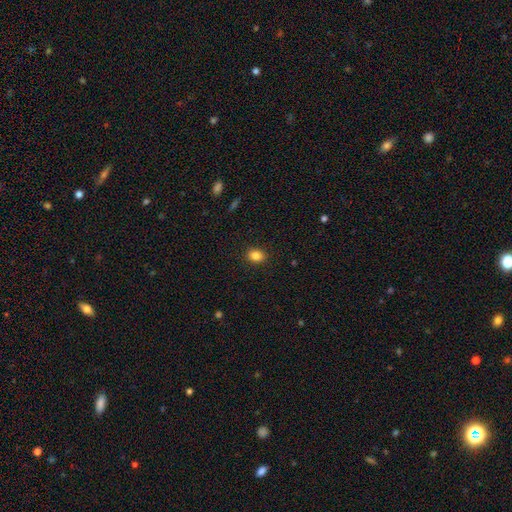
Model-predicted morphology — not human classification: smooth 85%, star or artifact 10%, featured or disk 5%. Down the decision tree: how rounded — in between (59%); merging — none (90%).